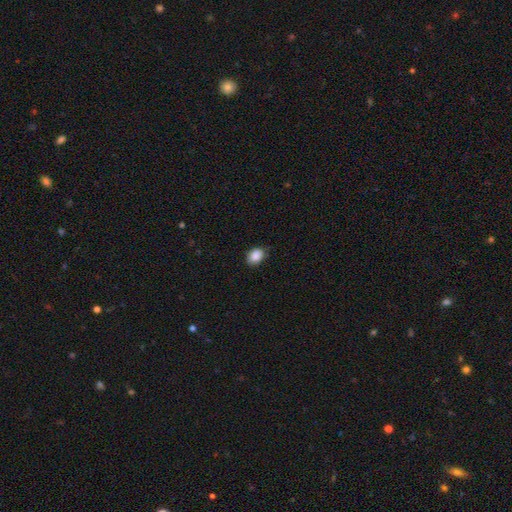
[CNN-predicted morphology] Smooth or featured?
  - smooth: 88% *
  - star or artifact: 8%
  - featured or disk: 4%
How rounded?
  - in between: 66% *
  - round: 33%
  - cigar-shaped: 1%
Merging?
  - none: 82% *
  - minor disturbance: 14%
  - major disturbance: 2%
  - merger: 1%